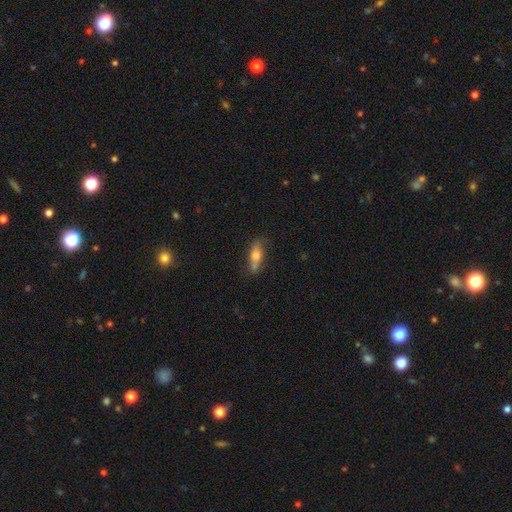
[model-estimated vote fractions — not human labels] Overall: smooth (65%). How rounded: in between (66%; cigar-shaped 29%). Merging: none (57%; minor disturbance 19%).